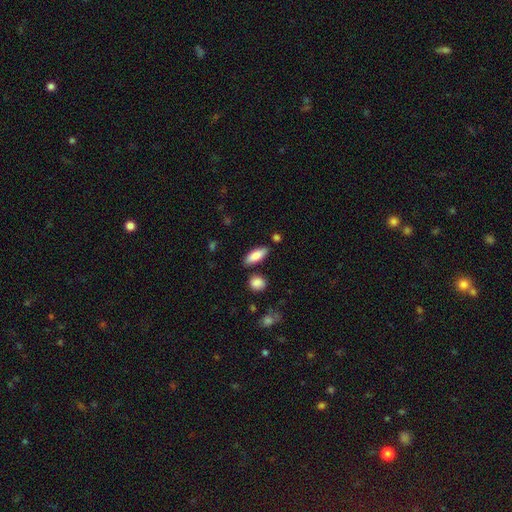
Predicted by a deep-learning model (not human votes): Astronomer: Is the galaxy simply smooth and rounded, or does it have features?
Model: smooth — 84%.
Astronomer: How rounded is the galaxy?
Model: in between — 70%.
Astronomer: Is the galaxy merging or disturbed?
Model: none — 82%.